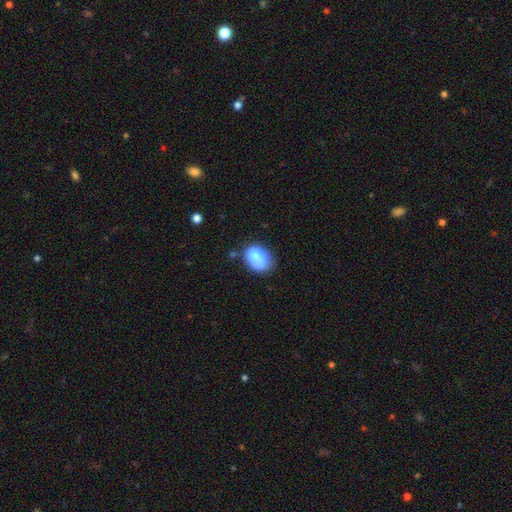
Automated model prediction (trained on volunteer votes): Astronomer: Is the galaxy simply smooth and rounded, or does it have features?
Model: smooth — 79%.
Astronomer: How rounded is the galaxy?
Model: in between — 77%.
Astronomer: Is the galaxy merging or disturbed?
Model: none — 59%.